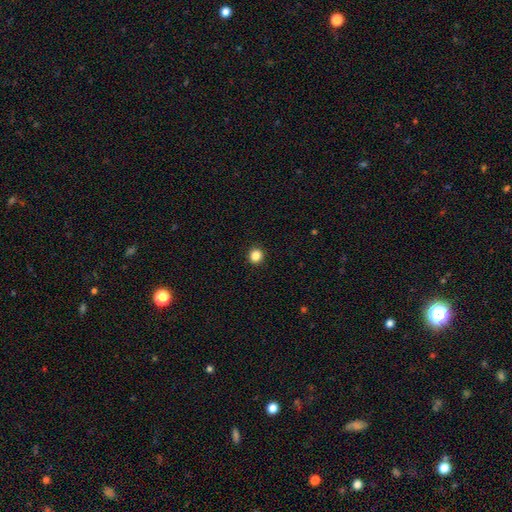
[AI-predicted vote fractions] Q: Smooth or featured?
A: smooth (85%); runner-up: star or artifact (11%)
Q: How rounded?
A: round (91%); runner-up: in between (8%)
Q: Merging?
A: none (93%); runner-up: minor disturbance (4%)